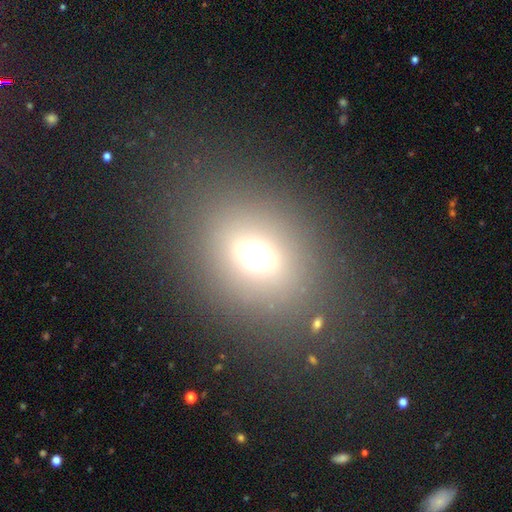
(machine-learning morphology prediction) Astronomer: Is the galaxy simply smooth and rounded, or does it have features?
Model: smooth — 63%.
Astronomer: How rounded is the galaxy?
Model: in between — 52% (runner-up: round, 47%).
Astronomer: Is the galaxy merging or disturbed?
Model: none — 81%.